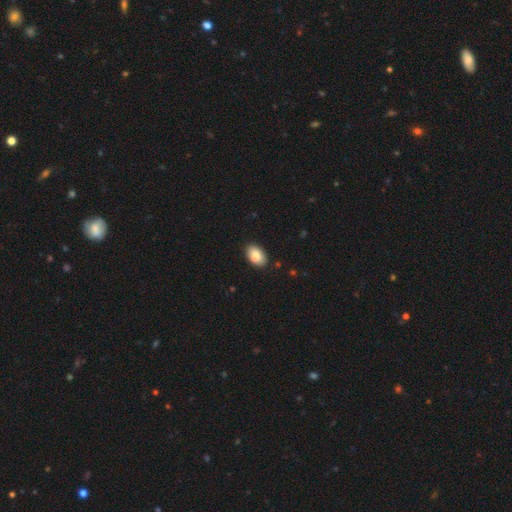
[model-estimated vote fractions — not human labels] Smooth or featured: smooth — 88% (star or artifact — 7%)
How rounded: in between — 92% (round — 7%)
Merging: none — 87% (minor disturbance — 10%)